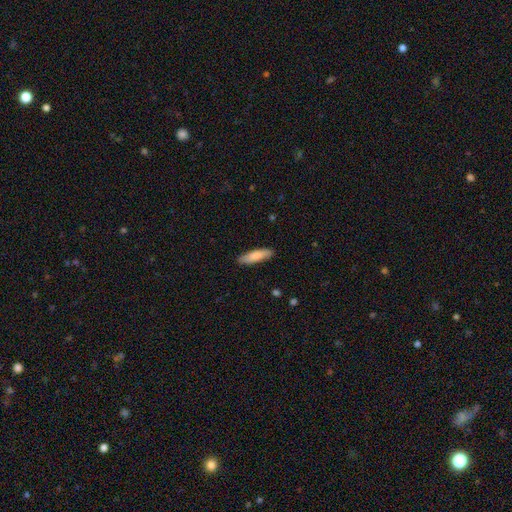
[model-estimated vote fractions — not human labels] smooth 83%, featured or disk 12%, star or artifact 5%. Down the decision tree: how rounded — cigar-shaped (69%); merging — none (88%).